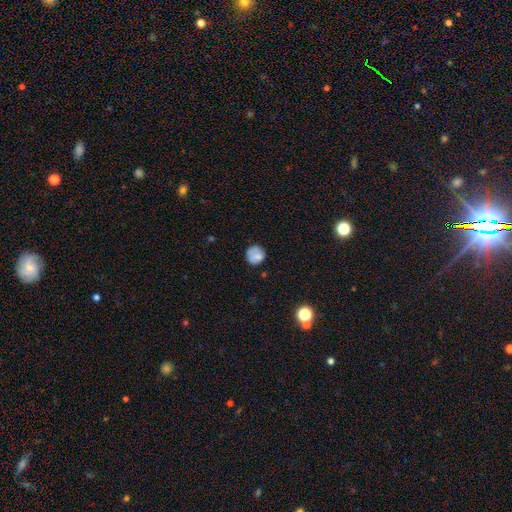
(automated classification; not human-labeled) Smooth or featured? smooth (76%)
How rounded? round (88%)
Merging? none (70%)